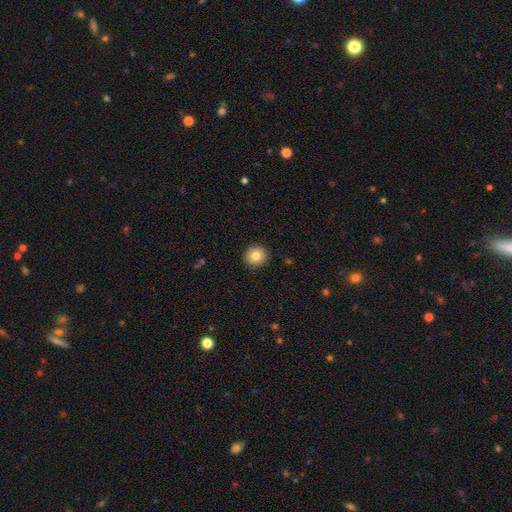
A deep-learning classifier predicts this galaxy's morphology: This is clearly a smooth galaxy (81%). How rounded: clearly round (93%). Merging: clearly none (92%).